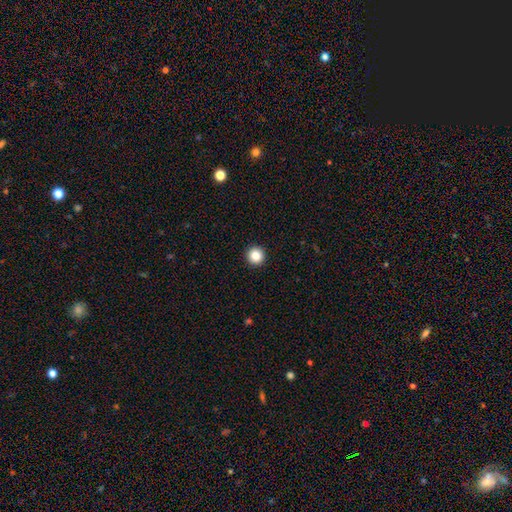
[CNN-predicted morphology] This appears to be a smooth galaxy with no disk features (86%) that is round (96%). Merging: none (94%).